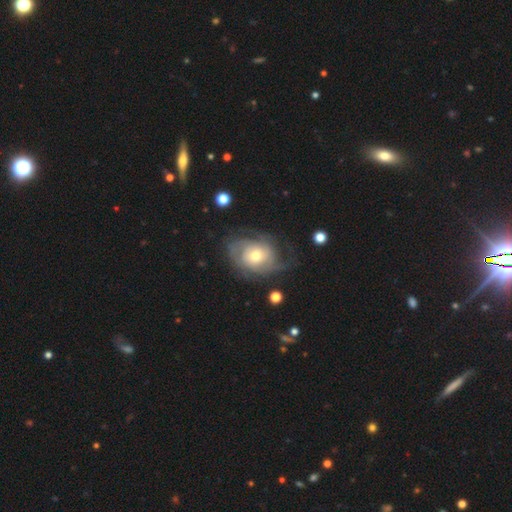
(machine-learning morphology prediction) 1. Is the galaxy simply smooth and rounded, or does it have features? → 69% featured or disk, 24% smooth, 7% star or artifact.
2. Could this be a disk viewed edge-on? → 96% no, 4% yes.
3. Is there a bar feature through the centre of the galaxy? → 79% no, 18% weak, 3% strong.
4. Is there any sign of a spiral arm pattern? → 80% yes, 20% no.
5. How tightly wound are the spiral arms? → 50% tight, 34% medium, 17% loose.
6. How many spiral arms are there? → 42% can't tell, 29% 2, 14% 3, 6% 1, 5% 4, 4% more than 4.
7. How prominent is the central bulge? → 61% moderate, 30% small, 7% large, 1% dominant, 1% none.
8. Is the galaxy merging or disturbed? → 54% none, 24% minor disturbance, 20% major disturbance, 2% merger.